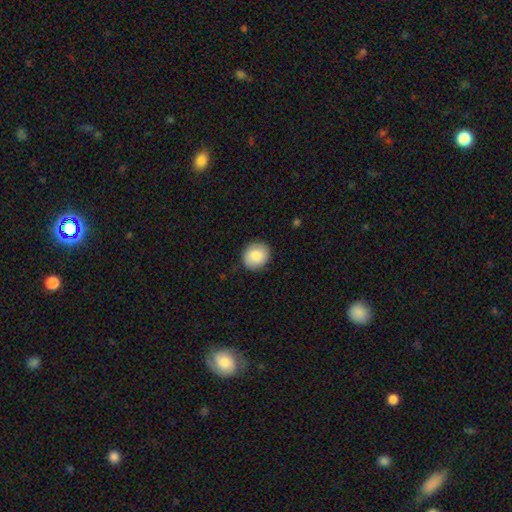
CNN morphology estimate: This appears to be a smooth galaxy with no disk features (85%) that is round (79%). Merging: none (87%).